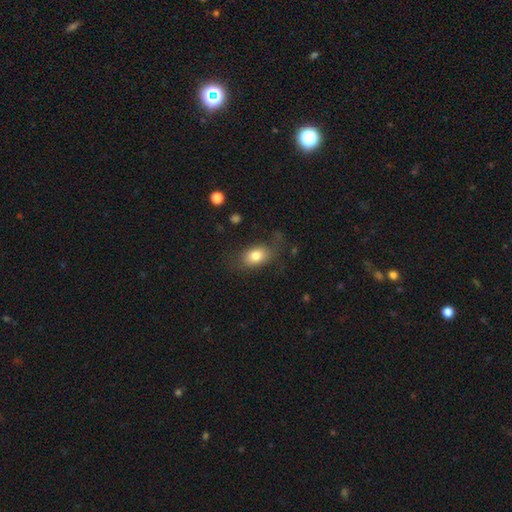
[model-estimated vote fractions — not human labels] smooth 79%, featured or disk 12%, star or artifact 9%. Down the decision tree: how rounded — in between (83%); merging — none (67%).